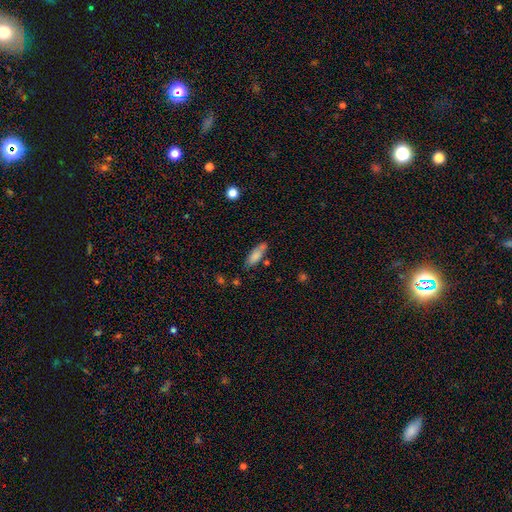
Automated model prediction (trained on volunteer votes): A smooth galaxy with no disk features (79%) that is in between round and cigar-shaped (61%). Merging: none (63%).